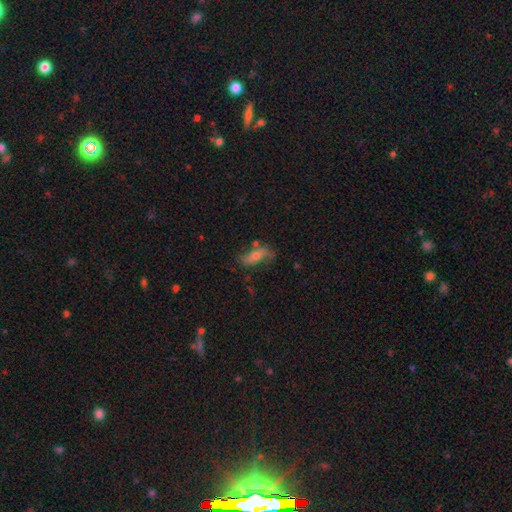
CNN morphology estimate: Smooth or featured? featured or disk (50%)
Merging? none (60%)